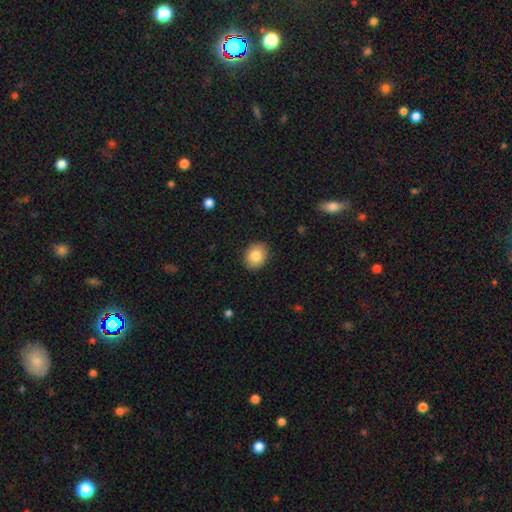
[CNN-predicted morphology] type=smooth (85%); roundness=round (53%); merging=none (89%).